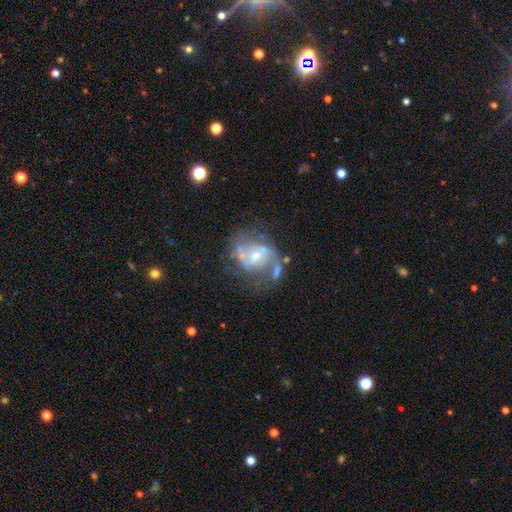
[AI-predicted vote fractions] Overall: featured or disk (80%). Edge-on disk: no (97%). Bar: no (55%; weak 36%). Spiral arms: yes (86%). Spiral arm count: 2 (69%). Spiral winding: medium (48%; tight 27%). Bulge size: moderate (50%; small 44%). Merging: none (47%; minor disturbance 21%).